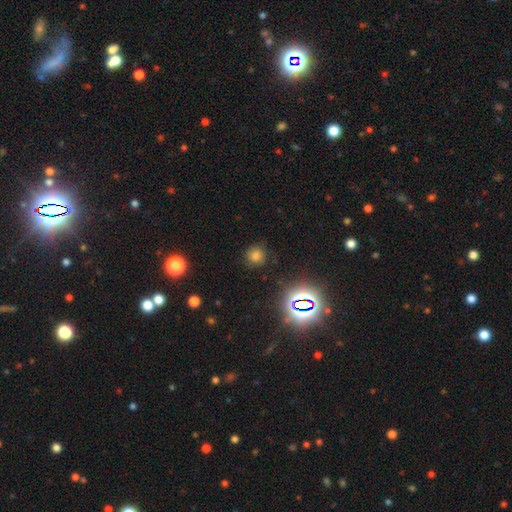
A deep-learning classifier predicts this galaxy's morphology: type=smooth (64%); roundness=round (91%); merging=none (85%).